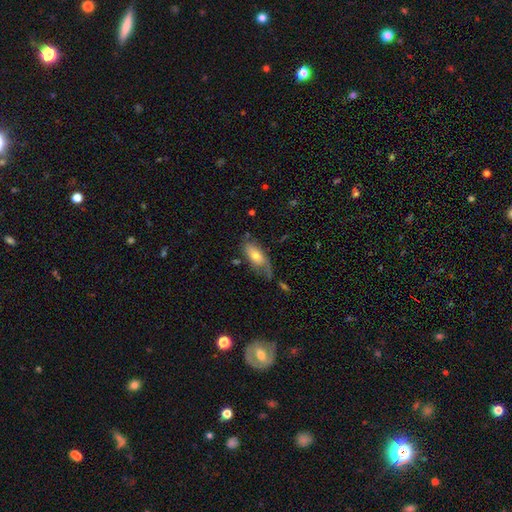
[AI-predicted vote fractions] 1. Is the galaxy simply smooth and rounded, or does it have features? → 60% smooth, 33% featured or disk, 7% star or artifact.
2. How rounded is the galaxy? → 83% in between, 14% cigar-shaped, 3% round.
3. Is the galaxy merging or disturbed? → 46% none, 30% minor disturbance, 19% major disturbance, 5% merger.